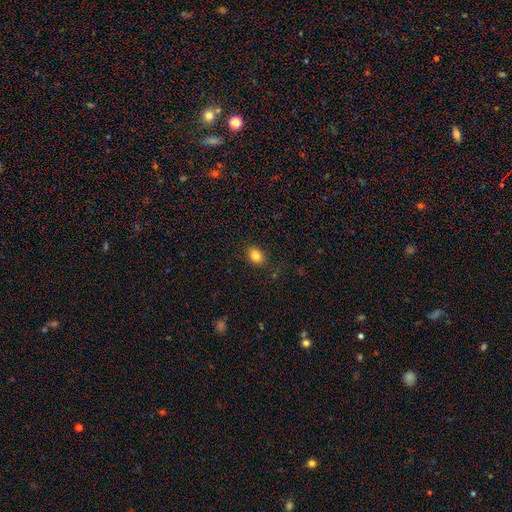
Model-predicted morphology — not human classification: smooth-or-featured: smooth: 83% | star or artifact: 10% | featured or disk: 7%
  how-rounded: in between: 73% | round: 26% | cigar-shaped: 1%
  merging: none: 86% | minor disturbance: 10% | major disturbance: 3% | merger: 1%